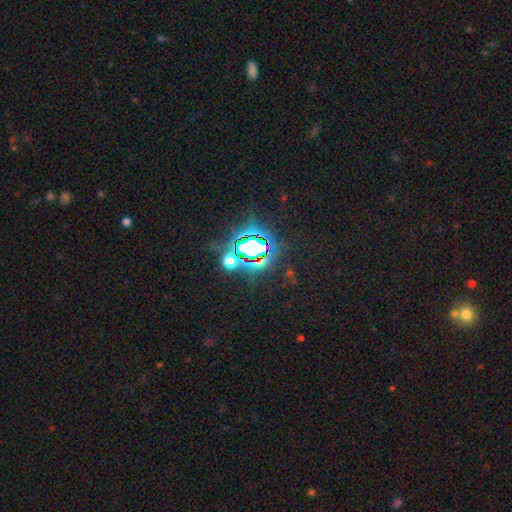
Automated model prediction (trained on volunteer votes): smooth-or-featured: star or artifact: 80% | smooth: 12% | featured or disk: 8%